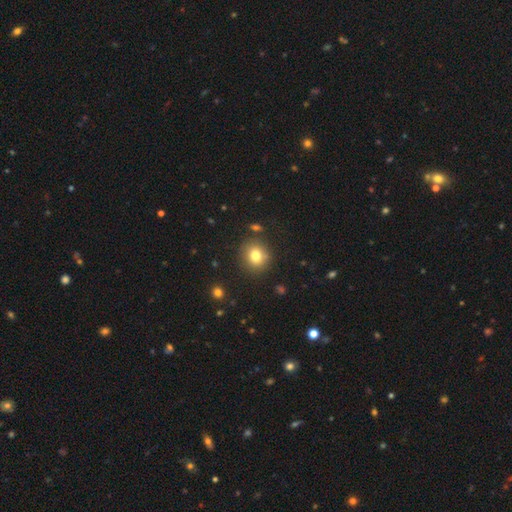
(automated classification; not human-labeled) smooth 79%, star or artifact 12%, featured or disk 9%. Down the decision tree: how rounded — round (82%); merging — none (85%).